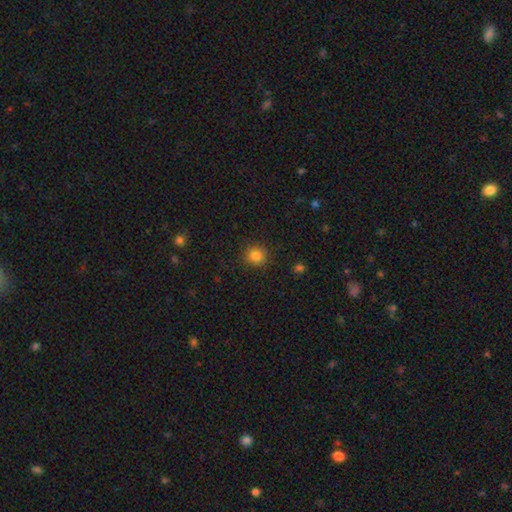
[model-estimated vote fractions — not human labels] Smooth or featured?
  - smooth: 83% *
  - star or artifact: 12%
  - featured or disk: 5%
How rounded?
  - round: 91% *
  - in between: 8%
  - cigar-shaped: 1%
Merging?
  - none: 89% *
  - minor disturbance: 7%
  - major disturbance: 2%
  - merger: 1%